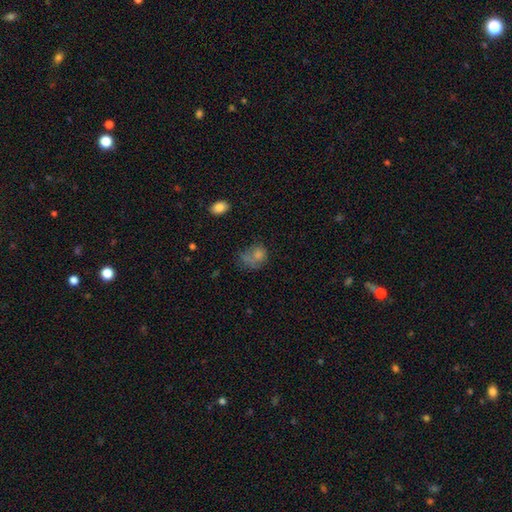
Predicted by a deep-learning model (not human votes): A smooth galaxy with no disk features (68%) that is in between round and cigar-shaped (52%). Merging: none (32%, tied with major disturbance).